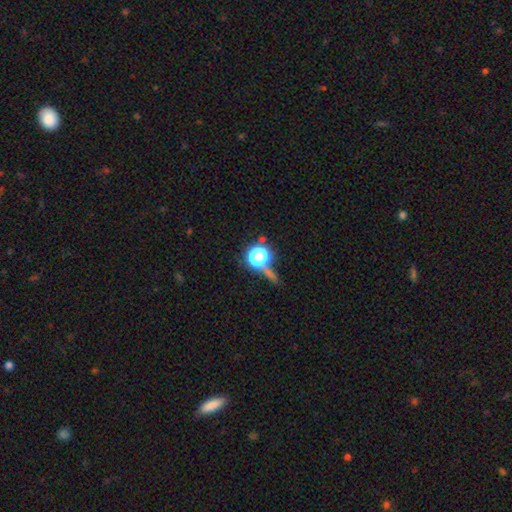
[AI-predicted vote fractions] A star or artifact, not a galaxy (53%).

Vote fractions:
- Smooth or featured? star or artifact: 53% / smooth: 37% / featured or disk: 10%